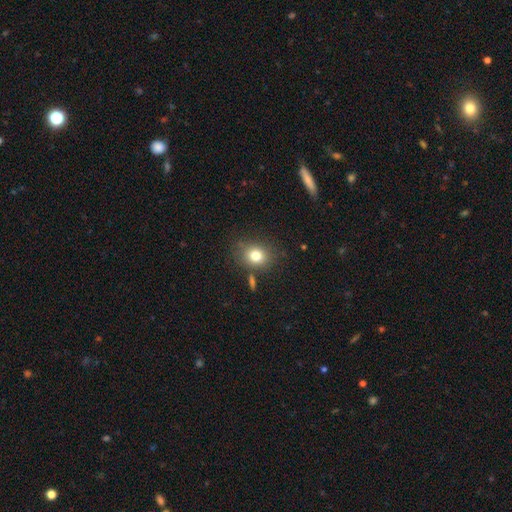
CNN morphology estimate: Smooth or featured: smooth — 79% (star or artifact — 12%)
How rounded: round — 63% (in between — 36%)
Merging: none — 75% (minor disturbance — 13%)